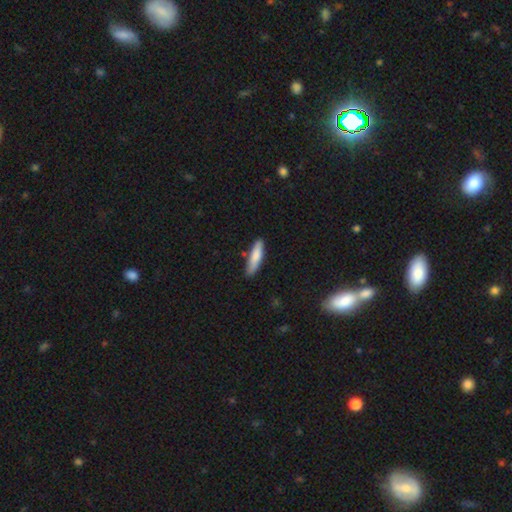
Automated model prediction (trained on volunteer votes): smooth-or-featured: smooth: 80% | featured or disk: 14% | star or artifact: 6%
  how-rounded: cigar-shaped: 74% | in between: 24% | round: 1%
  merging: none: 79% | minor disturbance: 16% | merger: 3% | major disturbance: 3%